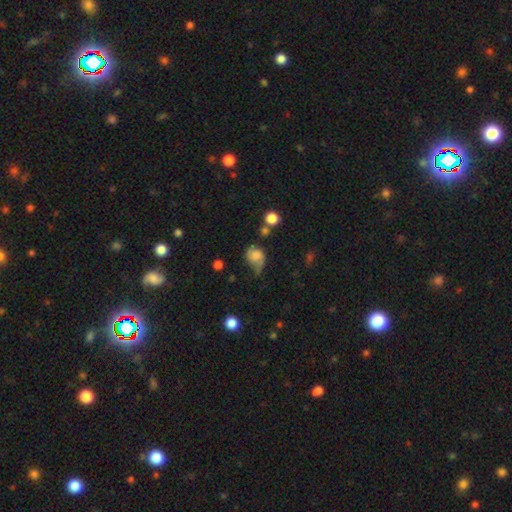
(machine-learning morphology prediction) A smooth galaxy with no disk features (65%) that is round (51%).

Vote fractions:
- Smooth or featured? smooth: 65% / featured or disk: 24% / star or artifact: 11%
- How rounded? round: 51% / in between: 48% / cigar-shaped: 1%
- Merging? minor disturbance: 36% / none: 32% / major disturbance: 24% / merger: 7%